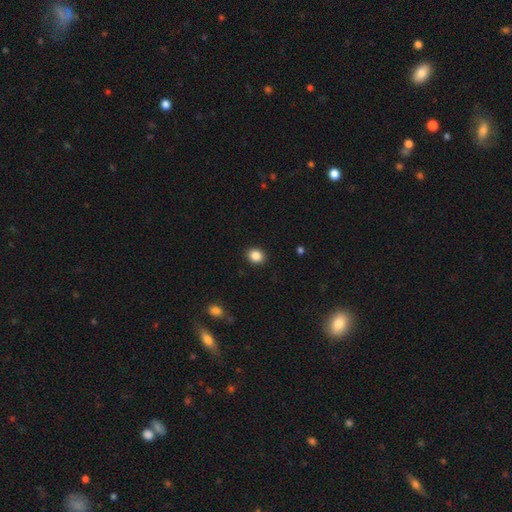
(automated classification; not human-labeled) smooth_or_featured: smooth (p=0.87) [alt: star or artifact p=0.09]
how_rounded: round (p=0.61) [alt: in between p=0.38]
merging: none (p=0.91) [alt: minor disturbance p=0.06]